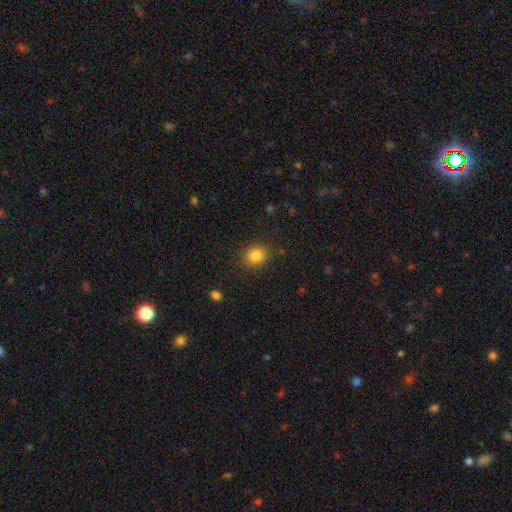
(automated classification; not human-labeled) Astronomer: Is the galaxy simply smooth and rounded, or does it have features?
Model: smooth — 84%.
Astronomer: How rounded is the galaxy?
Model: round — 75%.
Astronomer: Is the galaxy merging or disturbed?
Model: none — 86%.